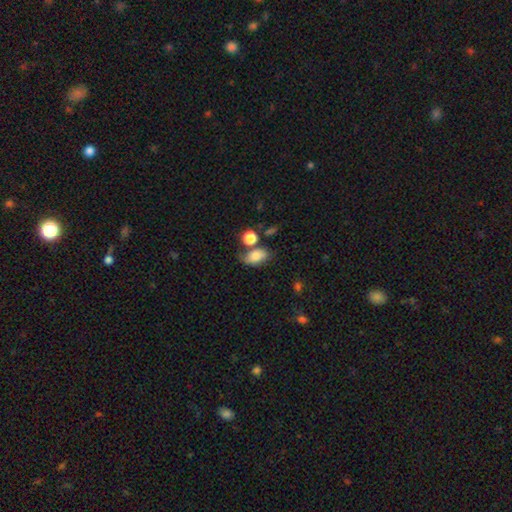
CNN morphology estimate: Q: Smooth or featured?
A: smooth (71%); runner-up: featured or disk (19%)
Q: How rounded?
A: in between (84%); runner-up: round (14%)
Q: Merging?
A: none (46%); runner-up: minor disturbance (24%)